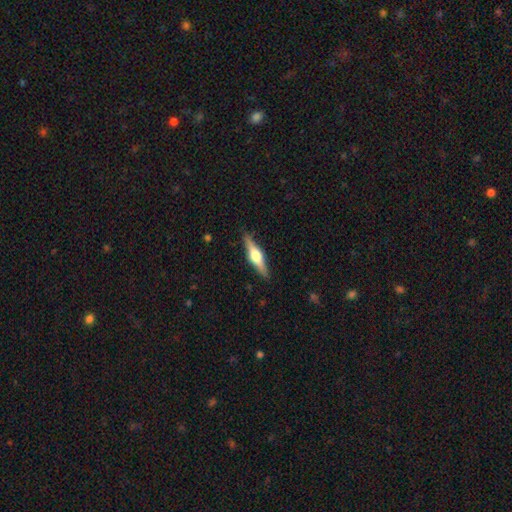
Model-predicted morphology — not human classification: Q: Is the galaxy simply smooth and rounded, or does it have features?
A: featured or disk — 71%.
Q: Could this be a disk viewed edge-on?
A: yes — 97%.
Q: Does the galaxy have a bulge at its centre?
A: rounded — 93%.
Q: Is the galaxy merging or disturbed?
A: none — 90%.